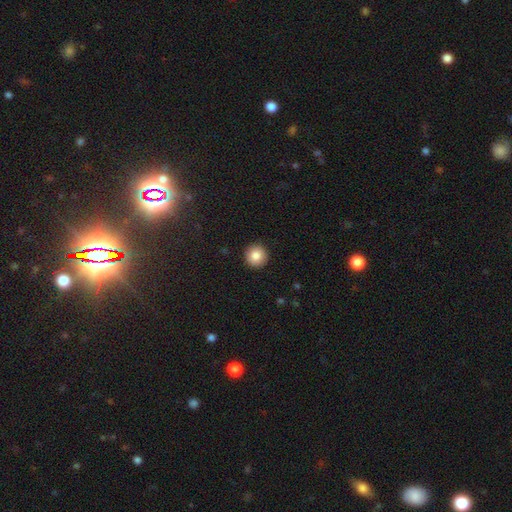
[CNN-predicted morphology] Smooth or featured? smooth (85%)
How rounded? round (95%)
Merging? none (93%)